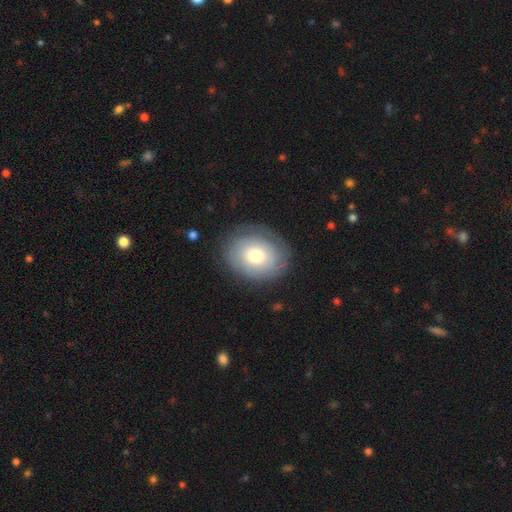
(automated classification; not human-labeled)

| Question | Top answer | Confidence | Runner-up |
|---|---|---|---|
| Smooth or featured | smooth | 64% | featured or disk (29%) |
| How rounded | round | 54% | in between (45%) |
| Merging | none | 78% | minor disturbance (15%) |